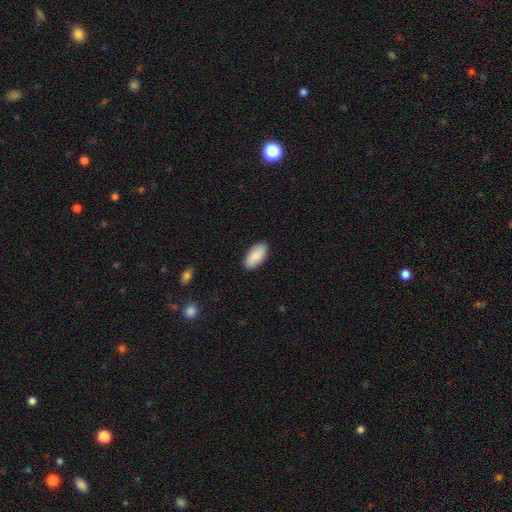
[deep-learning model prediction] Smooth or featured?
  - smooth: 89% *
  - star or artifact: 6%
  - featured or disk: 5%
How rounded?
  - in between: 92% *
  - cigar-shaped: 6%
  - round: 2%
Merging?
  - none: 89% *
  - minor disturbance: 8%
  - major disturbance: 2%
  - merger: 1%